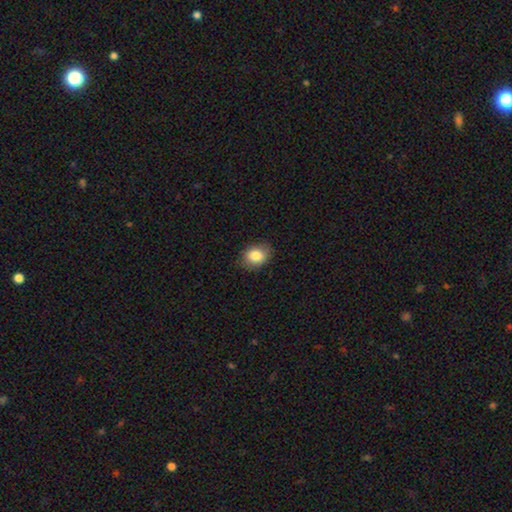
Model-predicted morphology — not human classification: smooth-or-featured: smooth: 84% | star or artifact: 9% | featured or disk: 7%
  how-rounded: in between: 62% | round: 37% | cigar-shaped: 1%
  merging: none: 85% | minor disturbance: 12% | major disturbance: 3% | merger: 1%